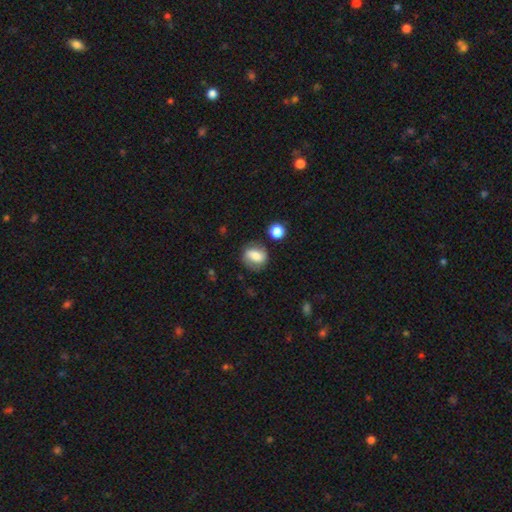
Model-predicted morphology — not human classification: Q: Smooth or featured?
A: smooth (68%); runner-up: featured or disk (22%)
Q: How rounded?
A: in between (50%); runner-up: round (48%)
Q: Merging?
A: none (67%); runner-up: minor disturbance (20%)